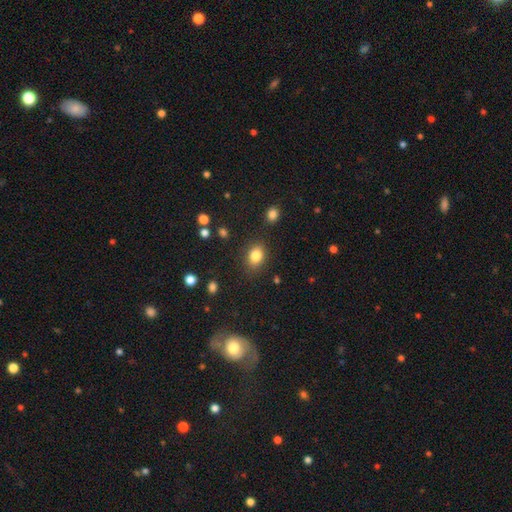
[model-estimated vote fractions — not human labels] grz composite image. It shows a smooth galaxy with no disk features (83%) that is in between round and cigar-shaped (69%). Merging: none (84%).